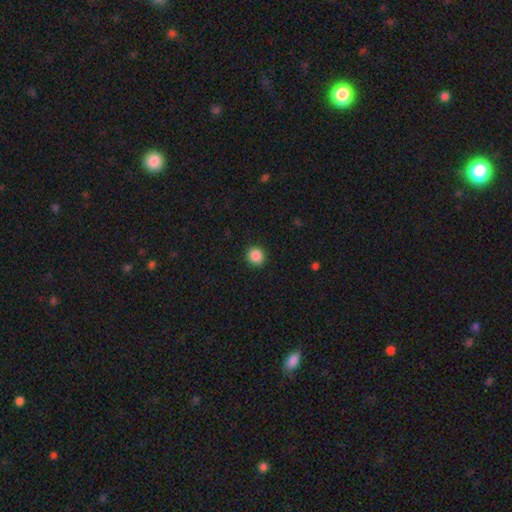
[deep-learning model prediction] Smooth or featured? Predicted: smooth (p=0.87). How rounded? Predicted: round (p=0.85). Merging? Predicted: none (p=0.91).